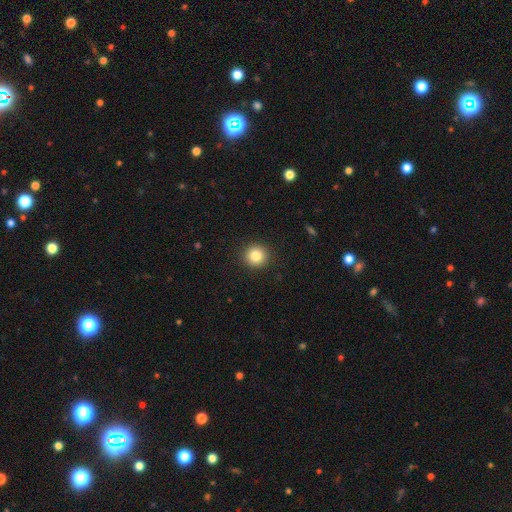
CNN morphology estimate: A smooth galaxy with no disk features (84%) that is round (94%).

Vote fractions:
- Smooth or featured? smooth: 84% / star or artifact: 10% / featured or disk: 6%
- How rounded? round: 94% / in between: 5% / cigar-shaped: 1%
- Merging? none: 92% / minor disturbance: 5% / major disturbance: 2% / merger: 1%